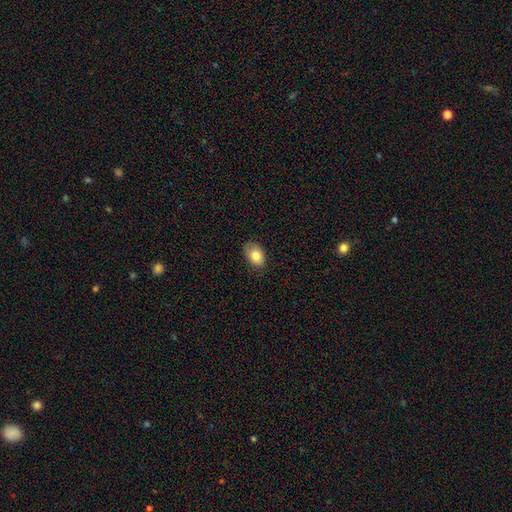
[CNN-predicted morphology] Smooth or featured? smooth (81%)
How rounded? in between (85%)
Merging? none (79%)